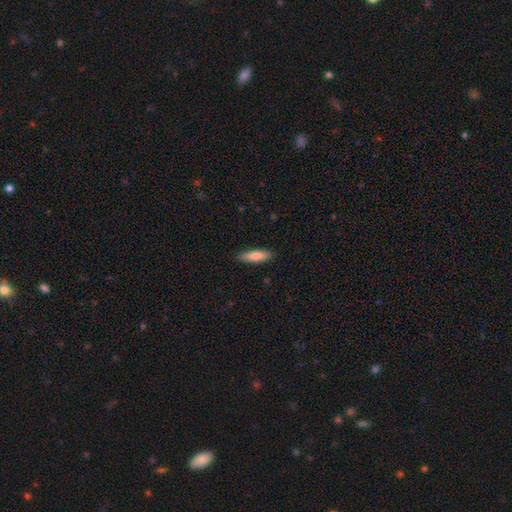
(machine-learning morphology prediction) Smooth or featured: smooth — 79% (featured or disk — 15%)
How rounded: cigar-shaped — 61% (in between — 38%)
Merging: none — 87% (minor disturbance — 10%)